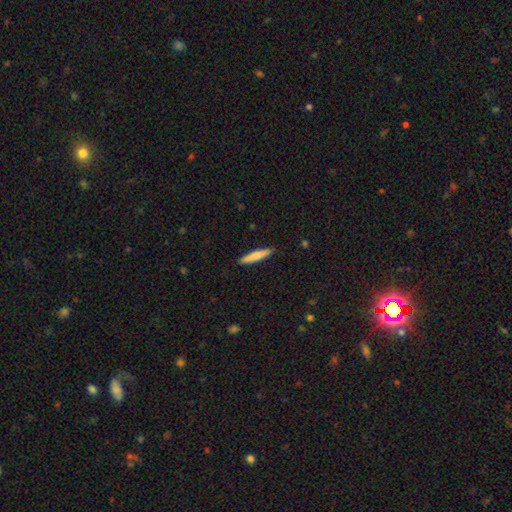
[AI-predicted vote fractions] Morphology: type=smooth (73%); roundness=cigar-shaped (92%); merging=none (90%).